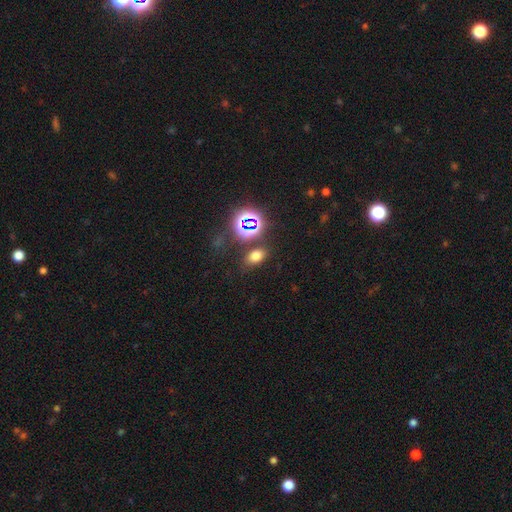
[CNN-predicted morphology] Smooth or featured: smooth — 67% (star or artifact — 25%)
How rounded: in between — 80% (round — 18%)
Merging: none — 79% (minor disturbance — 11%)